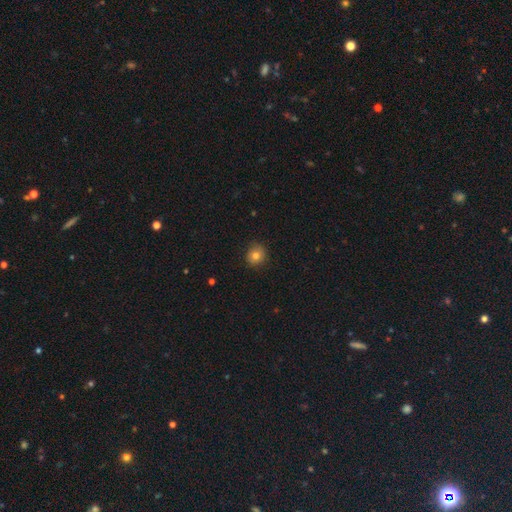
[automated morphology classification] This appears to be a smooth galaxy with no disk features (79%) that is round (87%). Merging: none (83%).